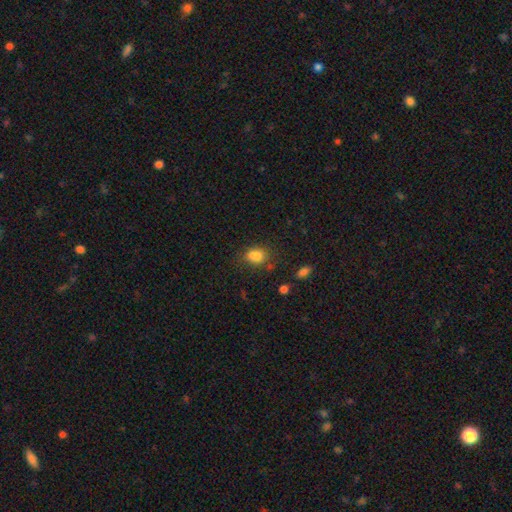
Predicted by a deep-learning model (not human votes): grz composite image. It shows a smooth galaxy with no disk features (82%) that is in between round and cigar-shaped (68%). Merging: none (62%).